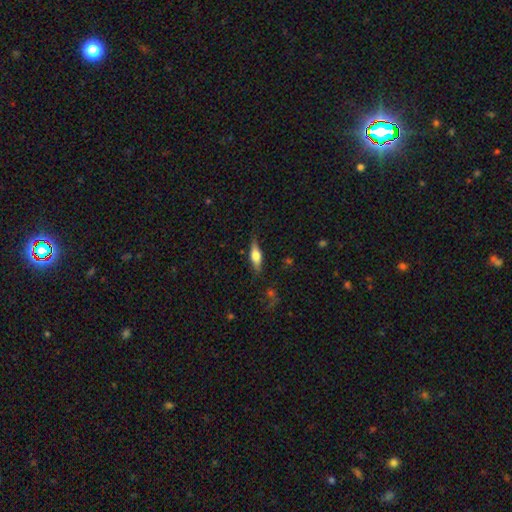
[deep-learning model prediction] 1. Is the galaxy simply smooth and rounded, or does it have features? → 48% smooth, 46% featured or disk, 7% star or artifact.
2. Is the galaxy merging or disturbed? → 79% none, 16% minor disturbance, 4% major disturbance, 2% merger.